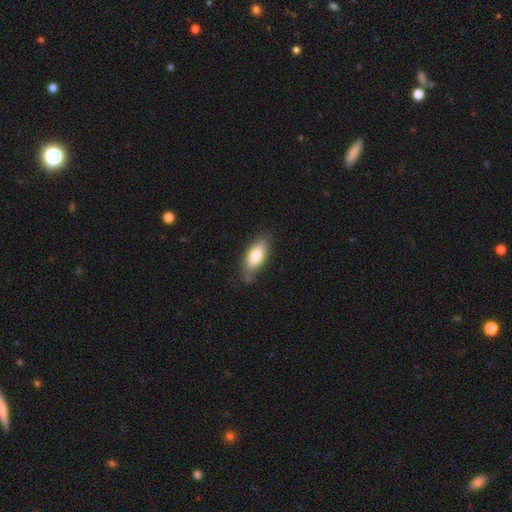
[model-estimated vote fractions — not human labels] Smooth or featured? smooth (75%)
How rounded? in between (81%)
Merging? none (67%)